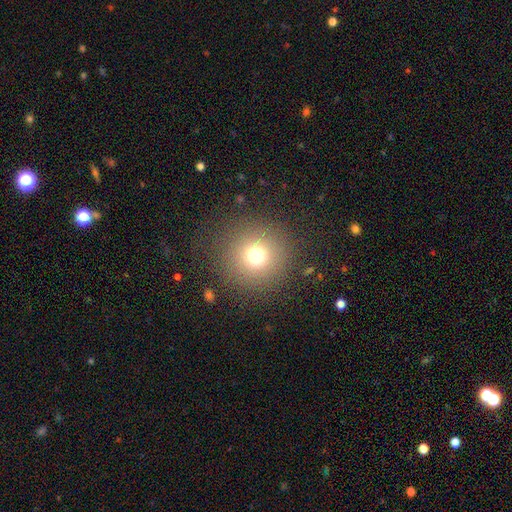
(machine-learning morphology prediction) smooth 72%, star or artifact 18%, featured or disk 10%. Down the decision tree: how rounded — round (95%); merging — none (87%).